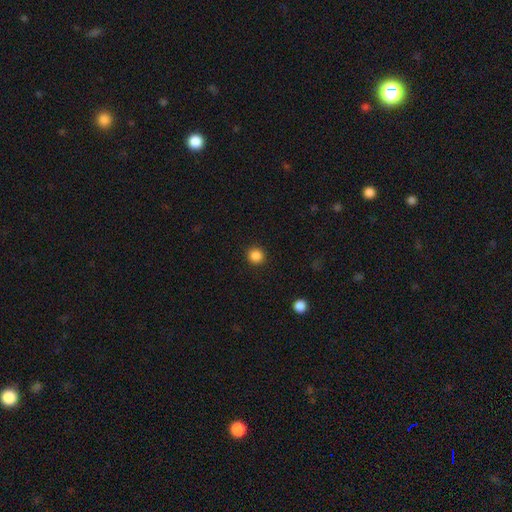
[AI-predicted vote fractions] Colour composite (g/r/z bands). It shows a smooth galaxy with no disk features (86%) that is round (94%). Merging: none (92%).